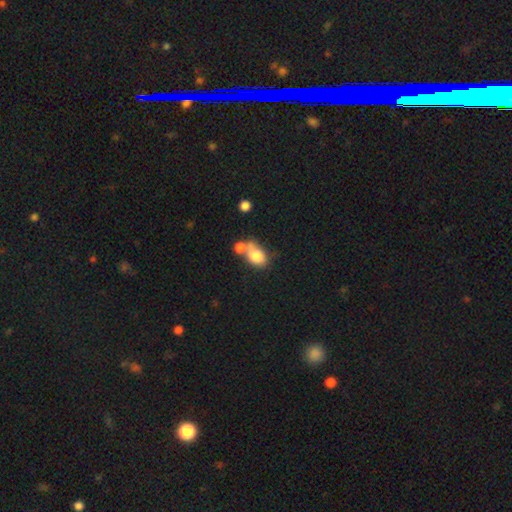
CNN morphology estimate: smooth-or-featured: smooth: 77% | featured or disk: 14% | star or artifact: 9%
  how-rounded: in between: 70% | round: 28% | cigar-shaped: 1%
  merging: merger: 49% | none: 30% | minor disturbance: 14% | major disturbance: 8%